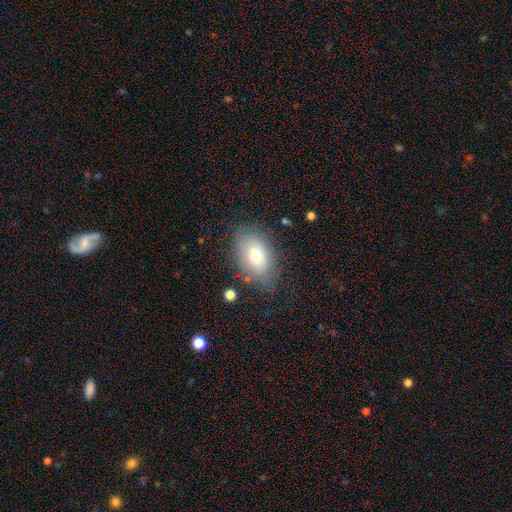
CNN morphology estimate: smooth_or_featured: smooth (p=0.73) [alt: featured or disk p=0.18]
how_rounded: in between (p=0.88) [alt: round p=0.10]
merging: none (p=0.74) [alt: minor disturbance p=0.18]